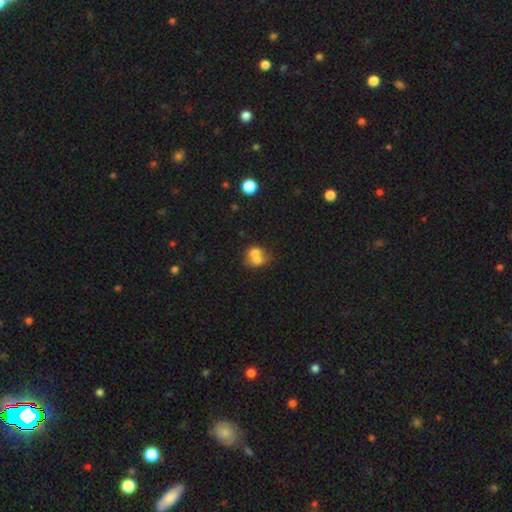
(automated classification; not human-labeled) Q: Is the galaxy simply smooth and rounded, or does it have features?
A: smooth — 66%.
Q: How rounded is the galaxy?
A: round — 61%.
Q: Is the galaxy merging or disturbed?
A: merger — 66%.